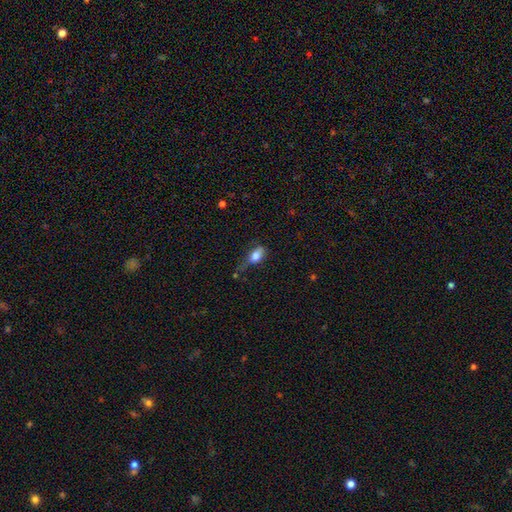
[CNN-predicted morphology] A smooth galaxy with no disk features (76%) that is in between round and cigar-shaped (81%).

Vote fractions:
- Smooth or featured? smooth: 76% / featured or disk: 16% / star or artifact: 9%
- How rounded? in between: 81% / round: 10% / cigar-shaped: 9%
- Merging? minor disturbance: 35% / none: 33% / major disturbance: 26% / merger: 7%